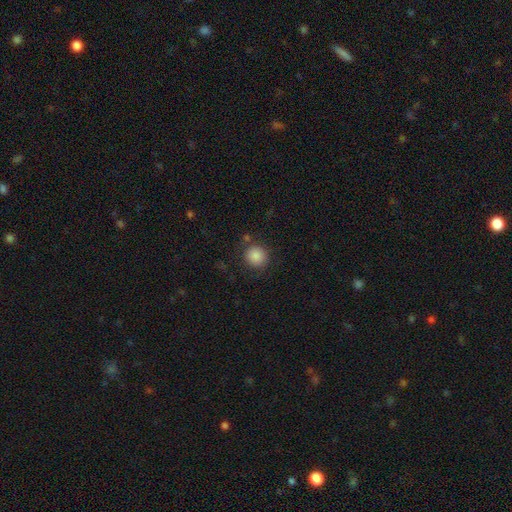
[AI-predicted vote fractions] Overall: smooth (87%). How rounded: round (91%). Merging: none (83%).